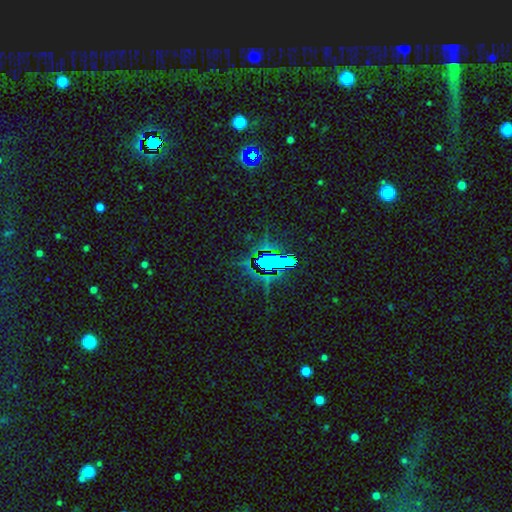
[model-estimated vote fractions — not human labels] This appears to be a star or artifact, not a galaxy (80%).